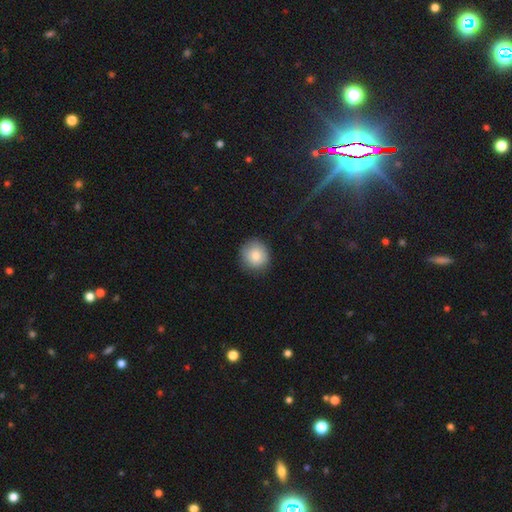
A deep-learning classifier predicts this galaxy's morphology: This appears to be a smooth galaxy with no disk features (82%) that is round (90%). Merging: none (84%).